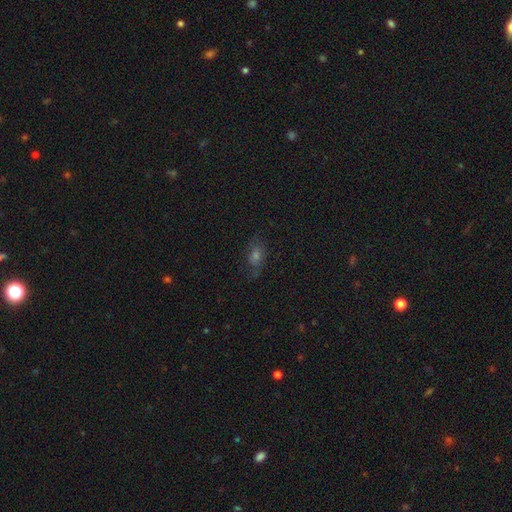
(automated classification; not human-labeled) A smooth galaxy with no disk features (42%). Merging: none (71%).